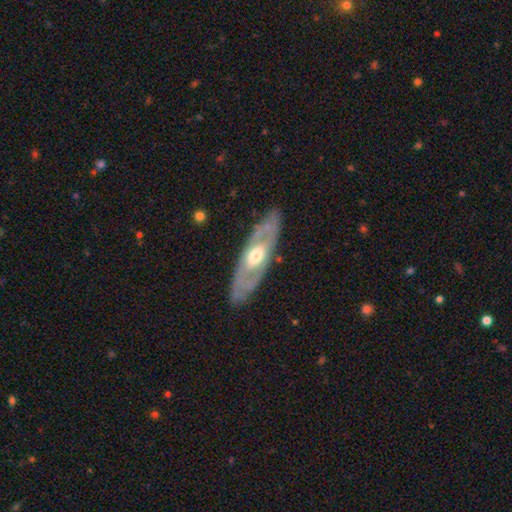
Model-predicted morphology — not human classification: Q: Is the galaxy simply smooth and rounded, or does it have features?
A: featured or disk — 71%.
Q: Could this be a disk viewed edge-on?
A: no — 72%.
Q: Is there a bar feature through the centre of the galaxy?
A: no — 70%.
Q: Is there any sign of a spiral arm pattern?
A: no — 59%.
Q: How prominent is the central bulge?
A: moderate — 71%.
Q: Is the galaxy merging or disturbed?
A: none — 84%.